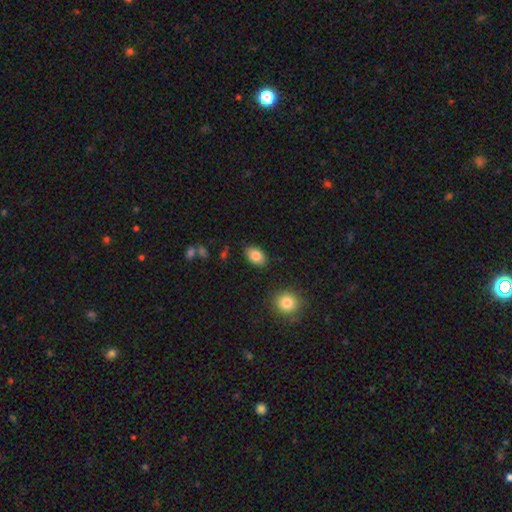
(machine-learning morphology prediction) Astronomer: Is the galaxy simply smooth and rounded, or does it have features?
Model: smooth — 84%.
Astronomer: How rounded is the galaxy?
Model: in between — 87%.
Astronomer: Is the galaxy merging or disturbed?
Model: none — 85%.